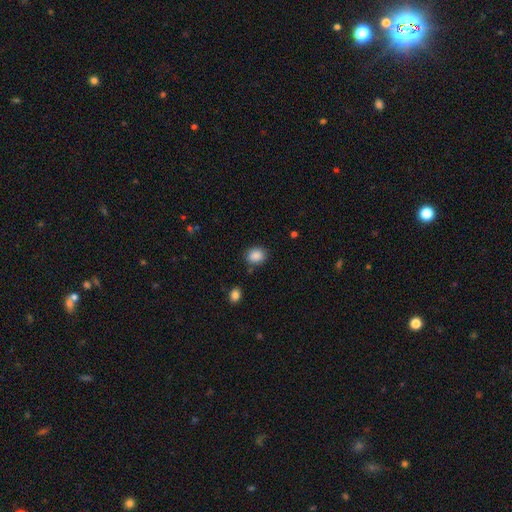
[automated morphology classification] Overall: smooth (88%). How rounded: round (63%; in between 36%). Merging: none (81%).